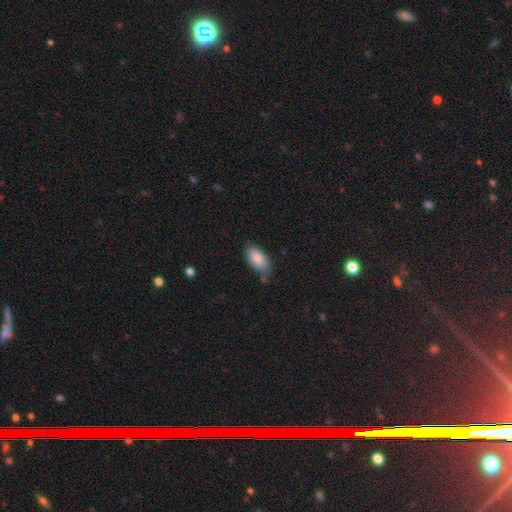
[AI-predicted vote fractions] A smooth galaxy with no disk features (86%) that is in between round and cigar-shaped (92%). Merging: none (76%).